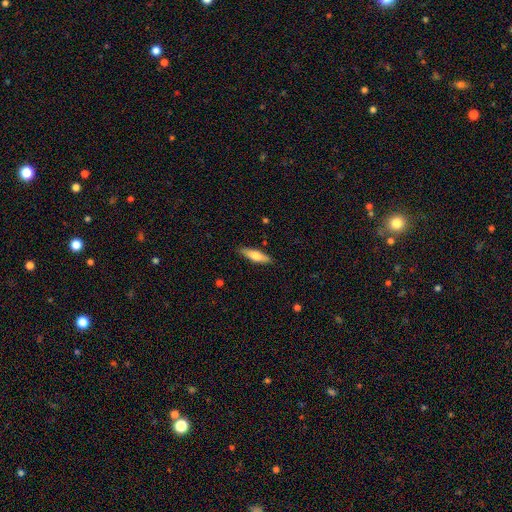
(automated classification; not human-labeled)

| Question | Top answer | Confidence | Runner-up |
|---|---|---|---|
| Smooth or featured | smooth | 63% | featured or disk (31%) |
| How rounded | cigar-shaped | 62% | in between (37%) |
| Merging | none | 87% | minor disturbance (10%) |